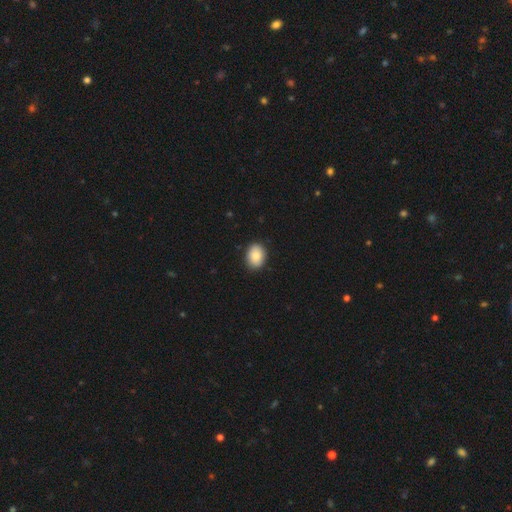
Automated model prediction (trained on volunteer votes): Smooth or featured? Predicted: smooth (p=0.85). How rounded? Predicted: in between (p=0.68). Merging? Predicted: none (p=0.88).